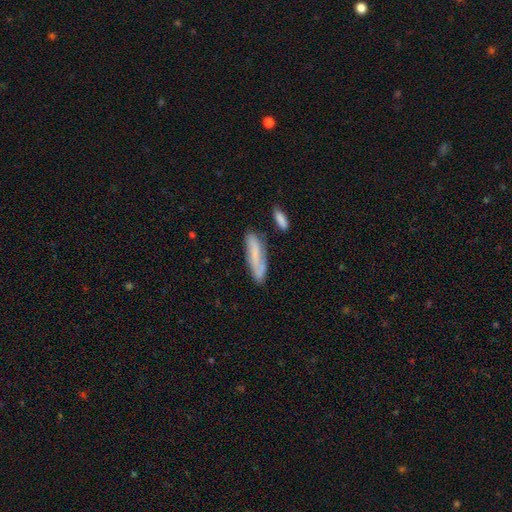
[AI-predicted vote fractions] Smooth or featured? smooth (56%)
How rounded? cigar-shaped (65%)
Merging? none (65%)